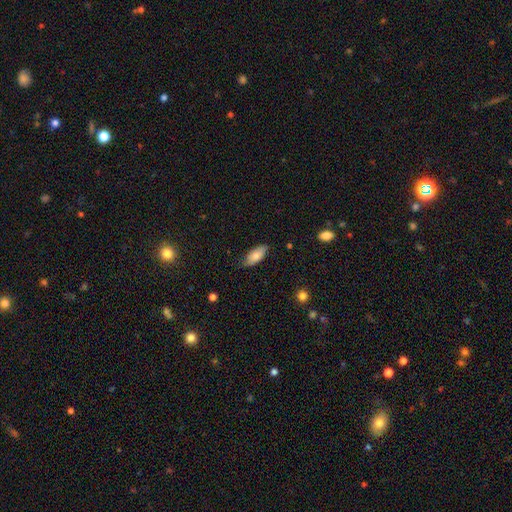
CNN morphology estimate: Smooth or featured? Predicted: smooth (p=0.80). How rounded? Predicted: in between (p=0.86). Merging? Predicted: none (p=0.79).